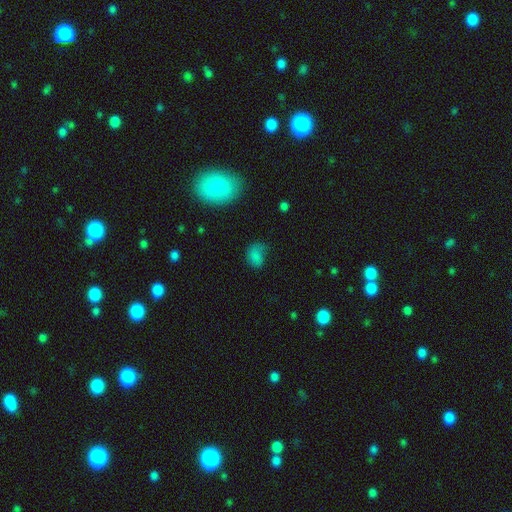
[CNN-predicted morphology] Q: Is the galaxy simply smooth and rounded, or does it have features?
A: smooth — 74%.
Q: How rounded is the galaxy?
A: in between — 69%.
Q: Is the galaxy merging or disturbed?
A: none — 44%.